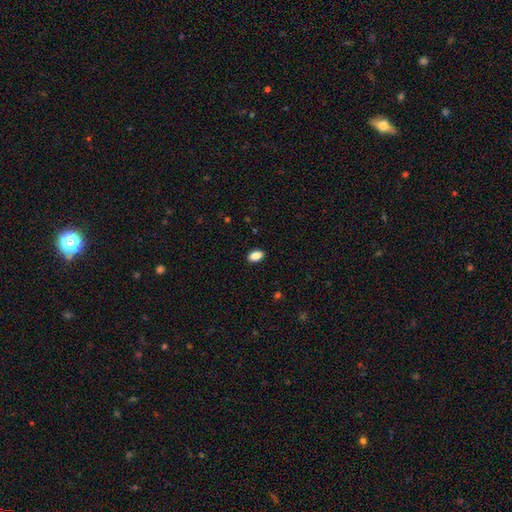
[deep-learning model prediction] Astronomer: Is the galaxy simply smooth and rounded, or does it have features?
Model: smooth — 89%.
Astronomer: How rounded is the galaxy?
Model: in between — 92%.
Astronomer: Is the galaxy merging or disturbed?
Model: none — 90%.